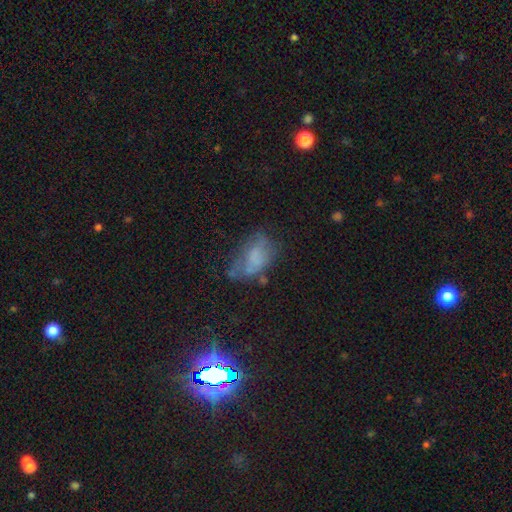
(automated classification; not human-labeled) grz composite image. It shows a smooth galaxy with no disk features (48%). Merging: none (36%).